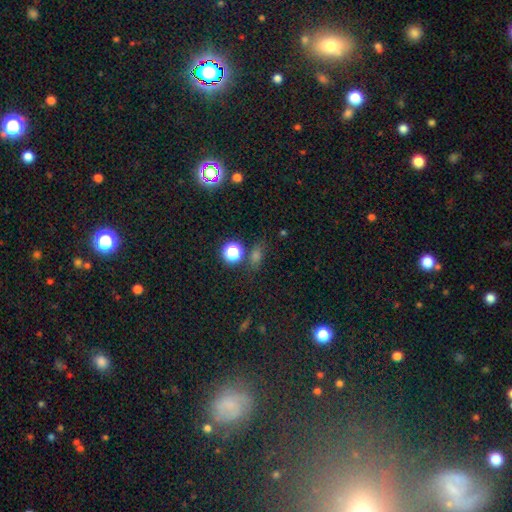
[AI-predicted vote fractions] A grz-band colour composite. It shows a smooth galaxy with no disk features (53%) that is in between round and cigar-shaped (51%). Merging: none (75%).